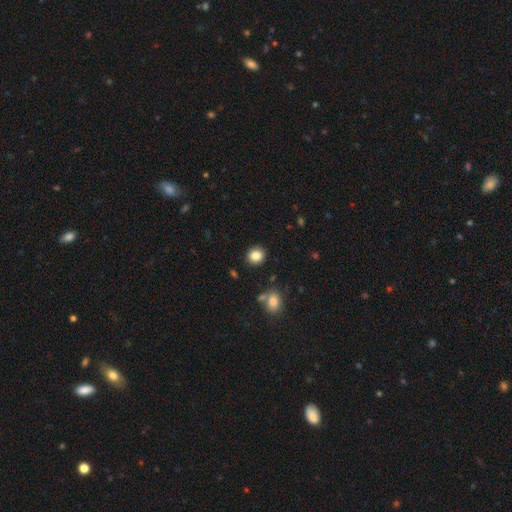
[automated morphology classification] Smooth or featured: smooth — 85% (star or artifact — 9%)
How rounded: round — 81% (in between — 18%)
Merging: none — 88% (minor disturbance — 7%)